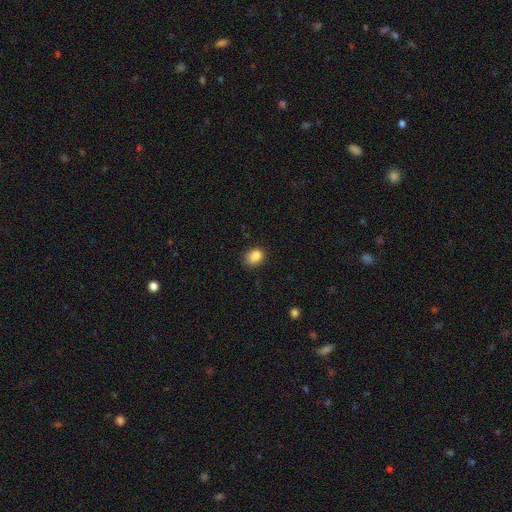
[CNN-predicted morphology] smooth_or_featured: smooth (p=0.84) [alt: star or artifact p=0.10]
how_rounded: in between (p=0.55) [alt: round p=0.44]
merging: none (p=0.70) [alt: minor disturbance p=0.23]